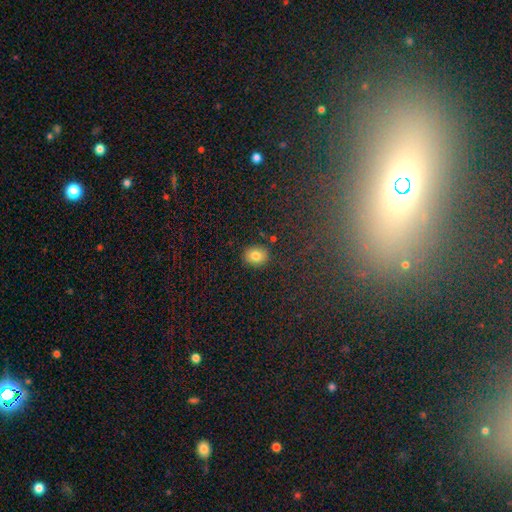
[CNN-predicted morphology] type=smooth (80%); roundness=round (64%); merging=none (86%).